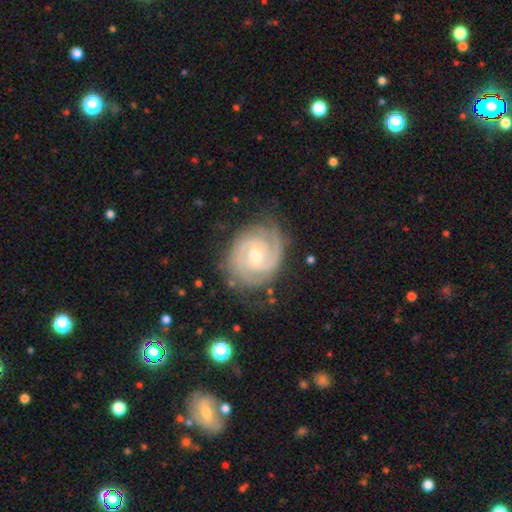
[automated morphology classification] featured or disk 91%, smooth 5%, star or artifact 4%. Down the decision tree: edge-on disk — no (98%); bar — no (51%); spiral arms — yes (98%); spiral arm count — 2 (70%); spiral winding — tight (75%); bulge size — moderate (66%); merging — none (78%).